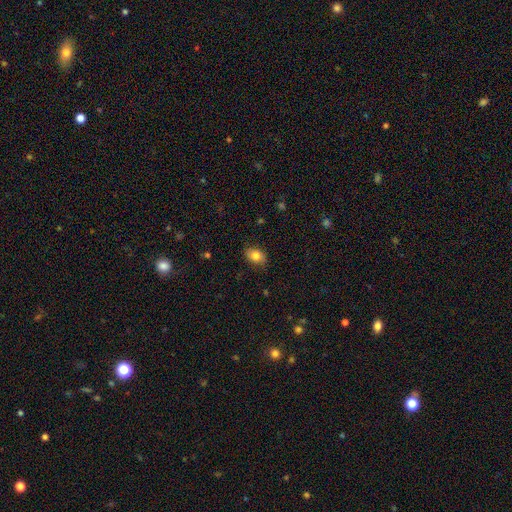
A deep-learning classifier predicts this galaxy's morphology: A smooth galaxy with no disk features (82%) that is in between round and cigar-shaped (82%). Merging: none (84%).